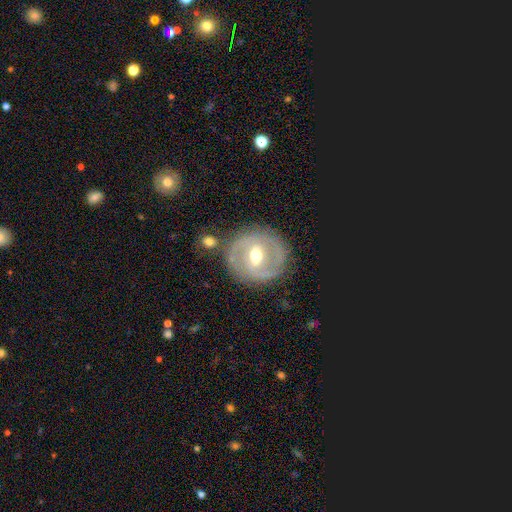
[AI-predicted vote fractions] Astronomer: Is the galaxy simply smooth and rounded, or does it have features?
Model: featured or disk — 71%.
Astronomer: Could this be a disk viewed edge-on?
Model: no — 95%.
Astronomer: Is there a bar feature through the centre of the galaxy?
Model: weak — 52% (runner-up: strong, 32%).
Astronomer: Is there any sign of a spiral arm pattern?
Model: yes — 66%.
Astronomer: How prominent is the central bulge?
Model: moderate — 76%.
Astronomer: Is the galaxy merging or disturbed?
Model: none — 76%.